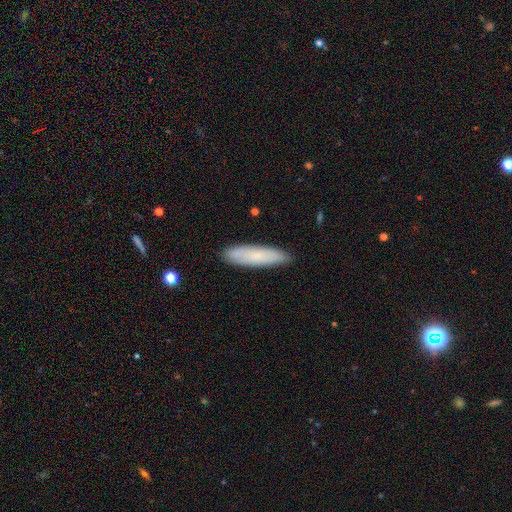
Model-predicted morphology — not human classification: smooth 75%, featured or disk 18%, star or artifact 7%. Down the decision tree: how rounded — cigar-shaped (73%); merging — none (88%).